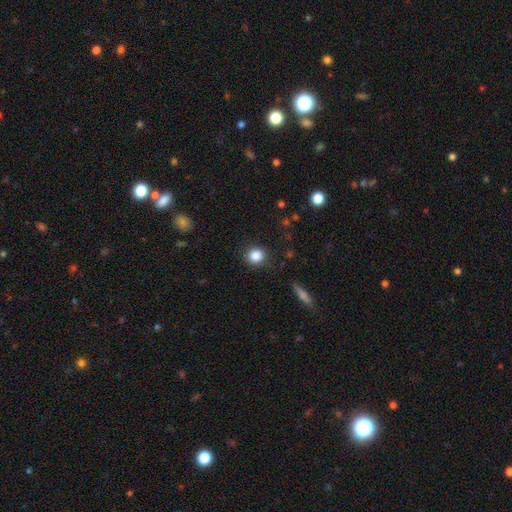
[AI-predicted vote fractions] Smooth or featured? Predicted: smooth (p=0.86). How rounded? Predicted: round (p=0.88). Merging? Predicted: none (p=0.88).